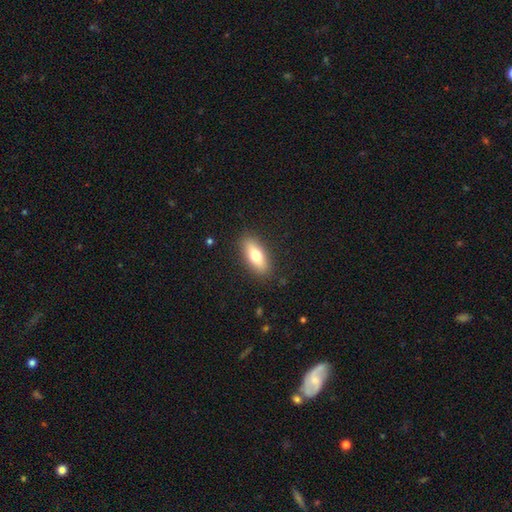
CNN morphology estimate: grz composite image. It shows a smooth galaxy with no disk features (71%) that is in between round and cigar-shaped (73%). Merging: none (88%).